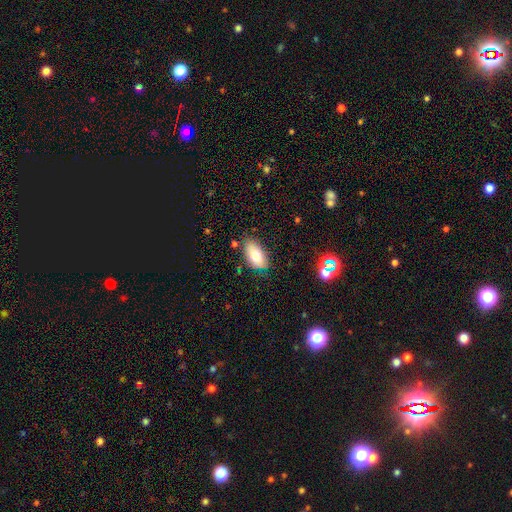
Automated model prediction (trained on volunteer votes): The model was most divided on "smooth or featured": smooth: 73%, featured or disk: 18%, star or artifact: 9%. More confident: how rounded — in between (92%); merging — none (76%).